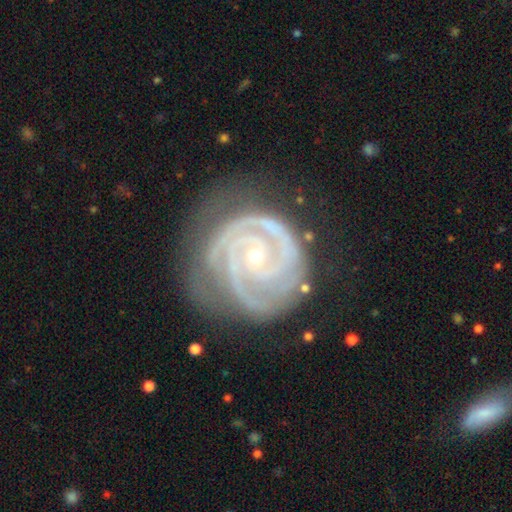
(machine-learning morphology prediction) A featured or disk galaxy (92%) with no bar (70%), 2 (39%) tight (80%) spiral arms (98%) and a small central bulge (76%). Merging: none (65%).